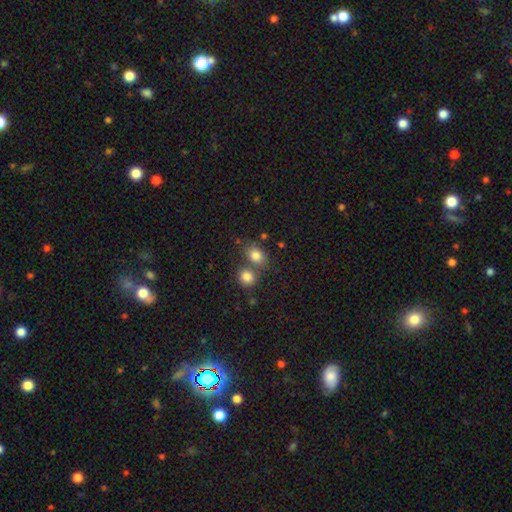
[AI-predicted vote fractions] Smooth or featured?
  - smooth: 81% *
  - star or artifact: 10%
  - featured or disk: 8%
How rounded?
  - in between: 57% *
  - round: 41%
  - cigar-shaped: 1%
Merging?
  - none: 52% *
  - merger: 34%
  - minor disturbance: 10%
  - major disturbance: 4%